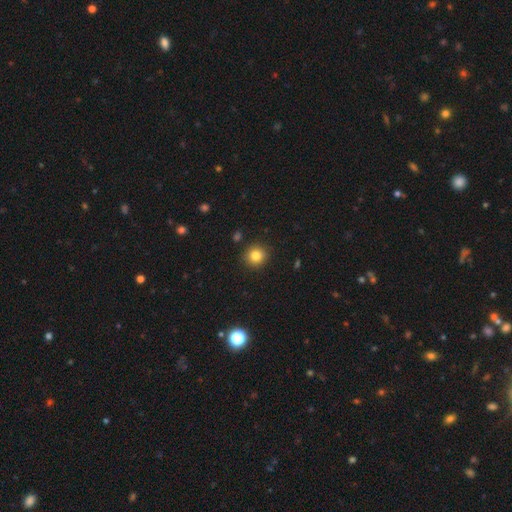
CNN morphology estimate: The model was most divided on "smooth or featured": smooth: 83%, star or artifact: 11%, featured or disk: 6%. More confident: how rounded — round (90%); merging — none (89%).